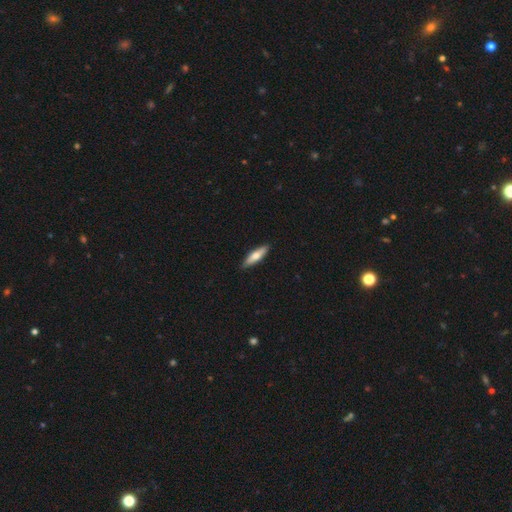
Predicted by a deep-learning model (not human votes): Overall: smooth (63%; featured or disk 32%). How rounded: cigar-shaped (65%; in between 33%). Merging: none (89%).